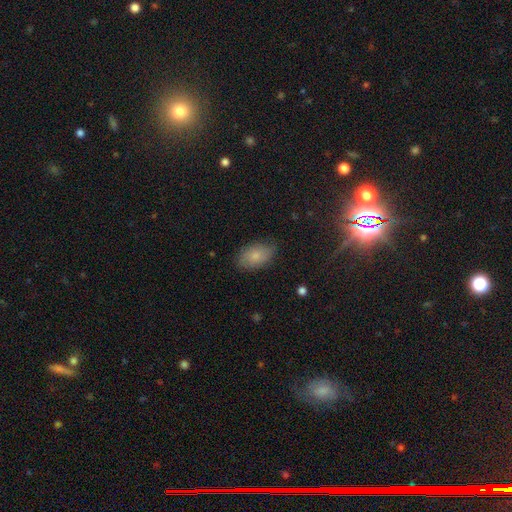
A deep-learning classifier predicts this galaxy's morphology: smooth-or-featured: smooth: 75% | featured or disk: 17% | star or artifact: 8%
  how-rounded: in between: 92% | round: 7% | cigar-shaped: 2%
  merging: none: 78% | minor disturbance: 17% | major disturbance: 4% | merger: 1%